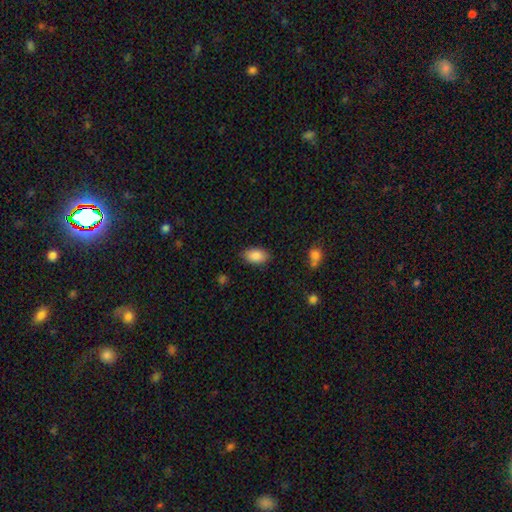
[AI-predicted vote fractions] This appears to be a smooth galaxy with no disk features (89%) that is in between round and cigar-shaped (92%). Merging: none (84%).